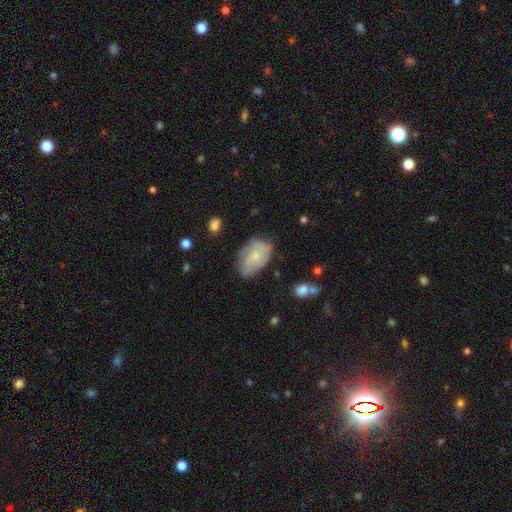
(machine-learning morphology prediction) featured or disk 50%, smooth 43%, star or artifact 7%. Down the decision tree: merging — none (61%).